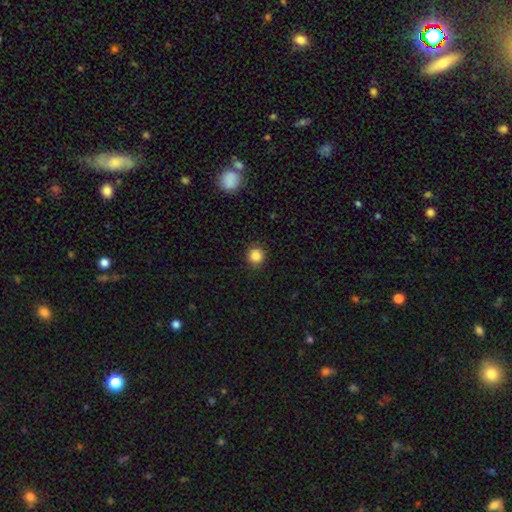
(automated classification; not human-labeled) Morphology: type=smooth (86%); roundness=round (93%); merging=none (91%).